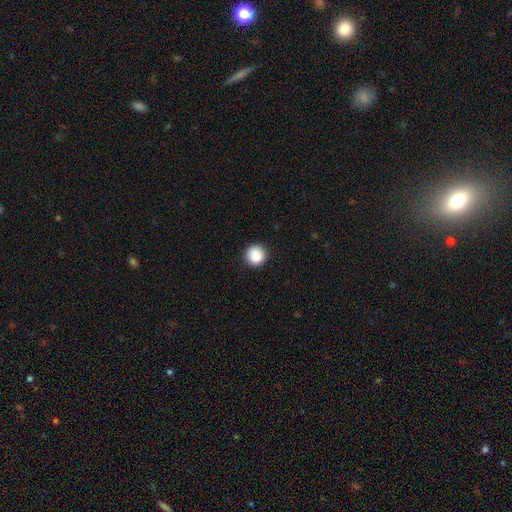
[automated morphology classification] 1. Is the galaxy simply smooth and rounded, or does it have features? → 88% smooth, 9% star or artifact, 3% featured or disk.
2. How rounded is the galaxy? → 95% round, 4% in between, 1% cigar-shaped.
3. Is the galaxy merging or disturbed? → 92% none, 6% minor disturbance, 2% major disturbance, 1% merger.